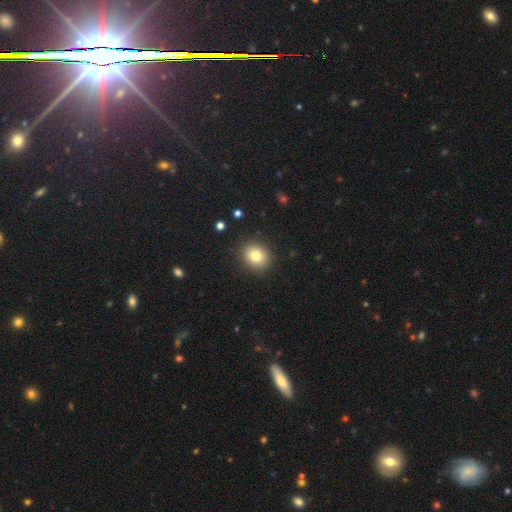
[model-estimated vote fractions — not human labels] Smooth or featured? Predicted: smooth (p=0.80). How rounded? Predicted: round (p=0.68). Merging? Predicted: none (p=0.88).